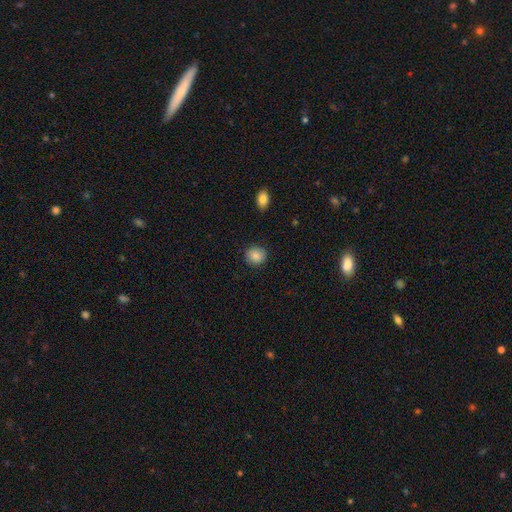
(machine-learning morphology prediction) smooth 85%, star or artifact 8%, featured or disk 6%. Down the decision tree: how rounded — round (83%); merging — none (86%).